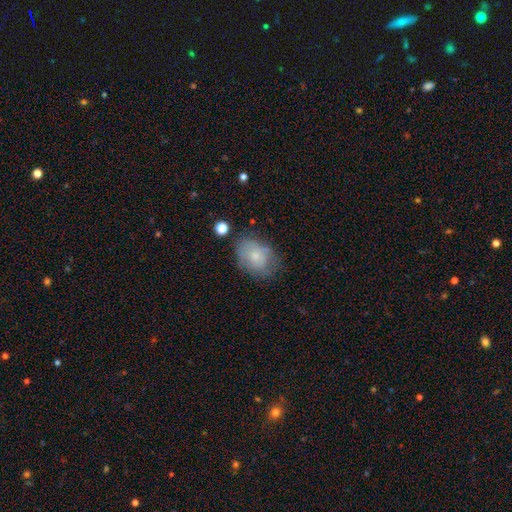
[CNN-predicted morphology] The model was most divided on "merging": none: 58%, minor disturbance: 28%, major disturbance: 11%, merger: 3%. More confident: how rounded — in between (72%); smooth or featured — smooth (70%).